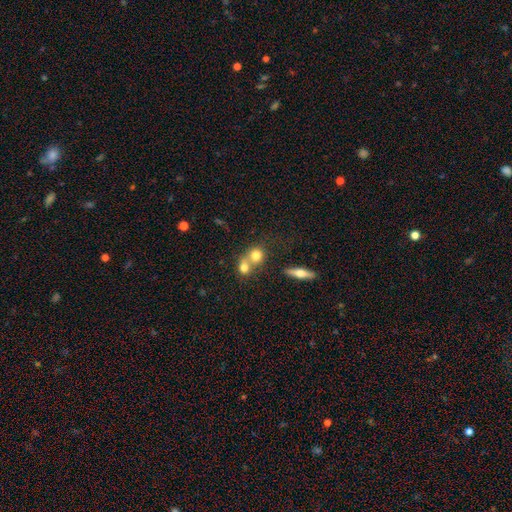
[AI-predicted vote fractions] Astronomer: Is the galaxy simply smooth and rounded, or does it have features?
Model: smooth — 73%.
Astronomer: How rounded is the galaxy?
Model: round — 77%.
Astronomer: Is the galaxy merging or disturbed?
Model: merger — 56% (runner-up: none, 35%).